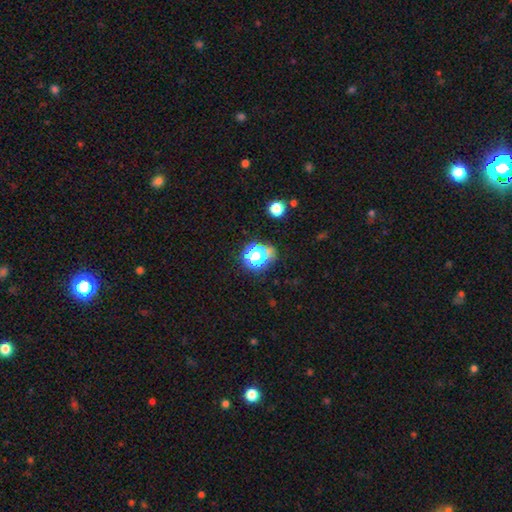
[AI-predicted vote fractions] A smooth galaxy with no disk features (54%) that is round (77%). Merging: none (66%).